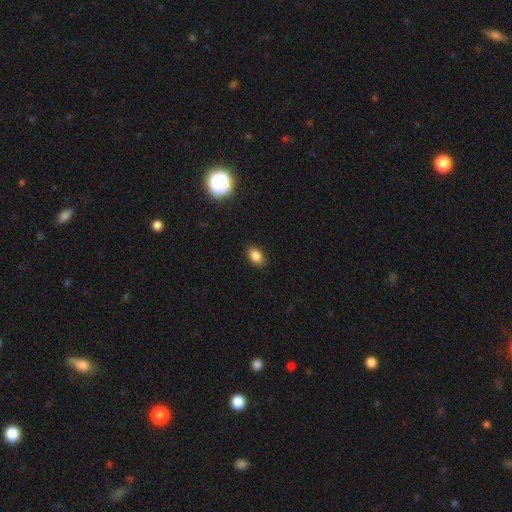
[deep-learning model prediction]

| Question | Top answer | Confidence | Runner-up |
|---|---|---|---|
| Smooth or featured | smooth | 84% | star or artifact (11%) |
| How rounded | in between | 85% | round (13%) |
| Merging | none | 86% | minor disturbance (10%) |